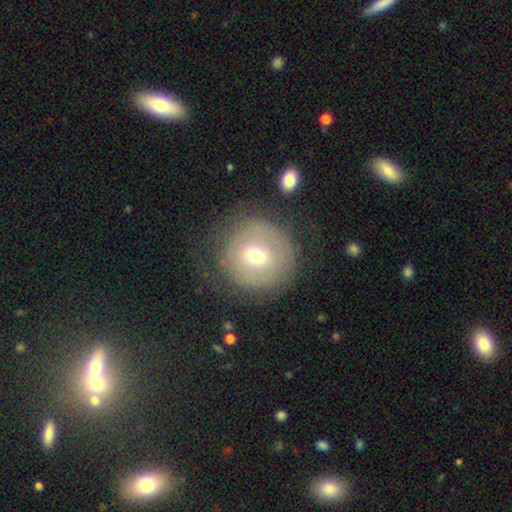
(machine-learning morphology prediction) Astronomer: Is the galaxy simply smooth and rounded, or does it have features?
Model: smooth — 56% (runner-up: featured or disk, 33%).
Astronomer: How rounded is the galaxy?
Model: round — 93%.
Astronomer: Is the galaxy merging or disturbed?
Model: none — 73%.